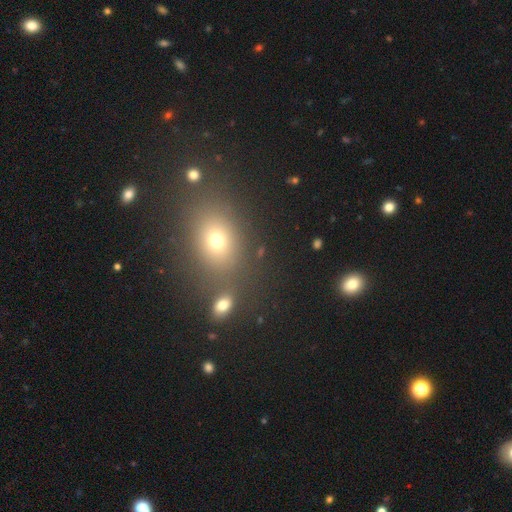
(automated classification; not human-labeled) Morphology: type=smooth (58%); roundness=in between (56%); merging=none (81%).